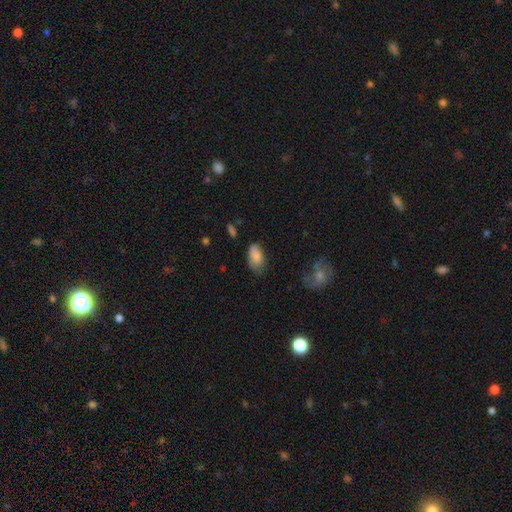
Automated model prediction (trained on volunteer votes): Q: Smooth or featured?
A: smooth (83%); runner-up: featured or disk (10%)
Q: How rounded?
A: in between (92%); runner-up: cigar-shaped (4%)
Q: Merging?
A: none (54%); runner-up: minor disturbance (34%)